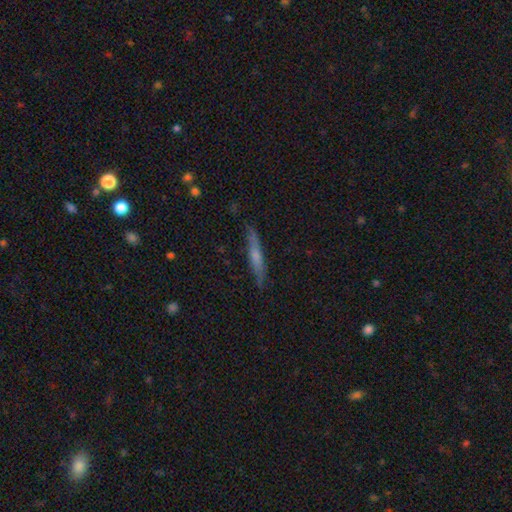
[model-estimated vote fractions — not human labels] smooth_or_featured: featured or disk (p=0.53) [alt: smooth p=0.40]
disk_edge_on: yes (p=0.93) [alt: no p=0.07]
merging: none (p=0.86) [alt: minor disturbance p=0.10]